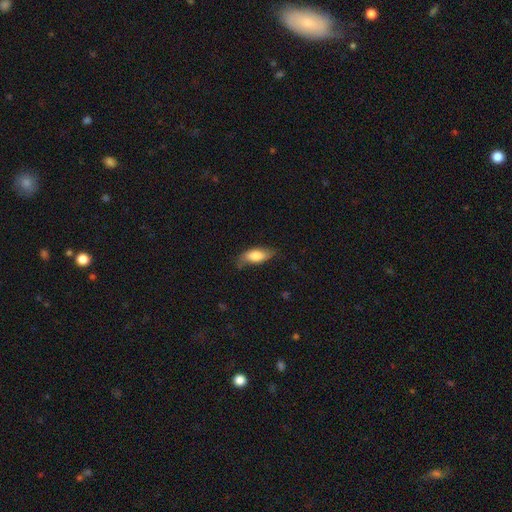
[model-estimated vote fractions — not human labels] smooth_or_featured: smooth (p=0.76) [alt: featured or disk p=0.17]
how_rounded: in between (p=0.81) [alt: cigar-shaped p=0.17]
merging: none (p=0.65) [alt: minor disturbance p=0.27]